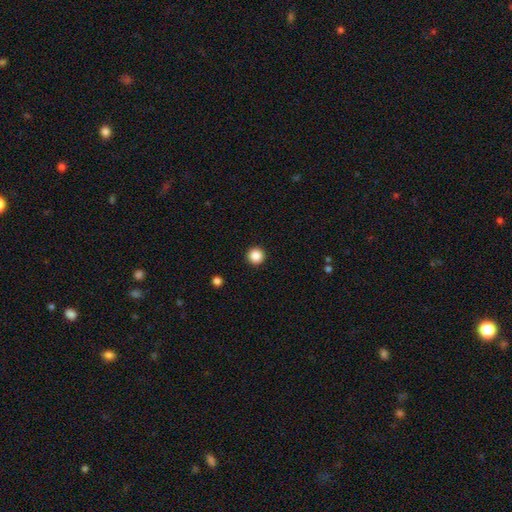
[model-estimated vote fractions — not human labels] Morphology: type=smooth (87%); roundness=round (96%); merging=none (94%).